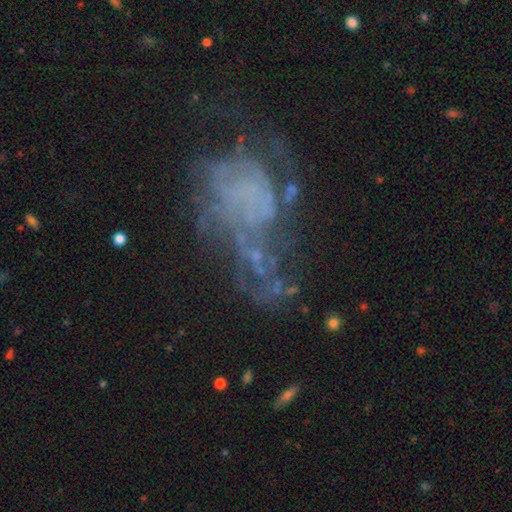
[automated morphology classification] Smooth or featured: featured or disk — 66% (star or artifact — 18%)
Edge-on disk: no — 97% (yes — 3%)
Bar: no — 87% (weak — 9%)
Spiral arms: no — 60% (yes — 40%)
Bulge size: none — 81% (small — 10%)
Merging: major disturbance — 46% (none — 29%)